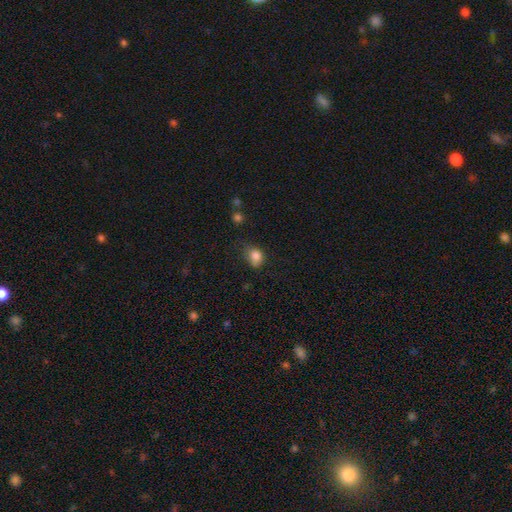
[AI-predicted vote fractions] Smooth or featured: smooth — 83% (star or artifact — 10%)
How rounded: in between — 57% (round — 42%)
Merging: none — 47% (minor disturbance — 37%)